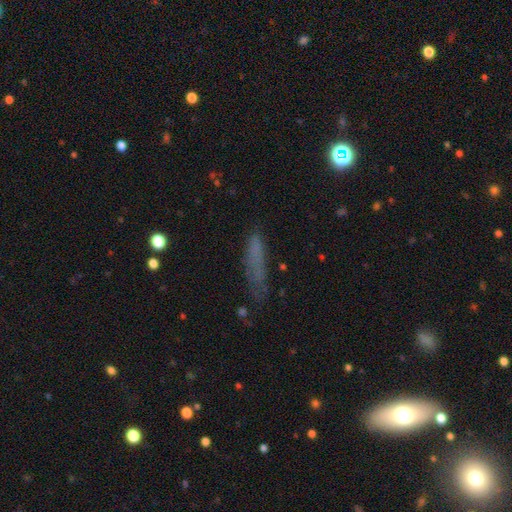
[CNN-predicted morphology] This is likely a smooth galaxy (61%). How rounded: likely cigar-shaped (77%). Merging: possibly none (59%).